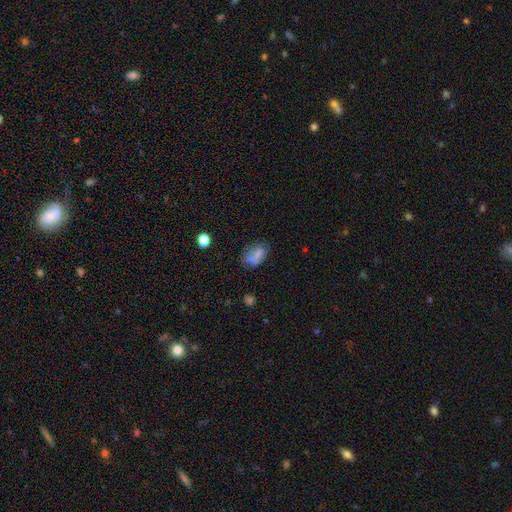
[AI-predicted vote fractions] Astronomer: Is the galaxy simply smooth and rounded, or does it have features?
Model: smooth — 73%.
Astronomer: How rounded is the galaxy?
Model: in between — 85%.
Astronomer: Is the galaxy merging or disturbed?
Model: none — 48% (runner-up: minor disturbance, 30%).